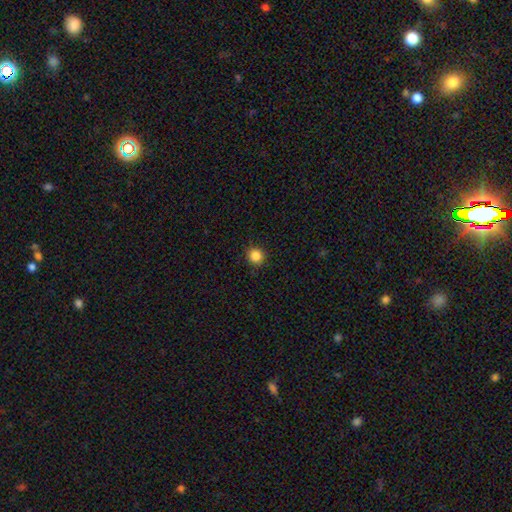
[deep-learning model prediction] smooth 86%, star or artifact 11%, featured or disk 3%. Down the decision tree: how rounded — round (92%); merging — none (91%).